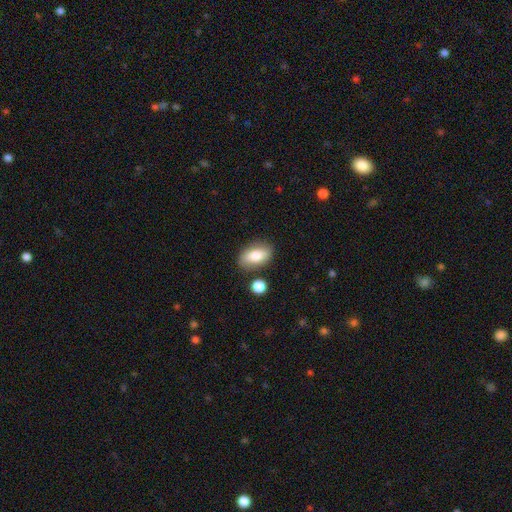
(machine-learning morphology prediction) This appears to be a smooth galaxy with no disk features (77%) that is in between round and cigar-shaped (89%). Merging: none (78%).